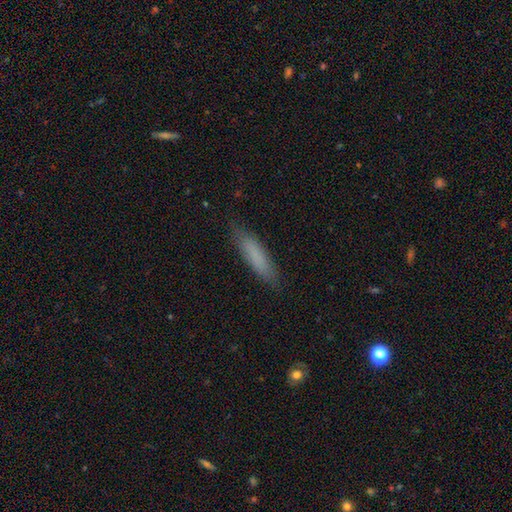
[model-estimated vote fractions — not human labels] Smooth or featured?
  - smooth: 79% *
  - featured or disk: 14%
  - star or artifact: 7%
How rounded?
  - cigar-shaped: 79% *
  - in between: 20%
  - round: 1%
Merging?
  - none: 85% *
  - minor disturbance: 12%
  - major disturbance: 3%
  - merger: 1%